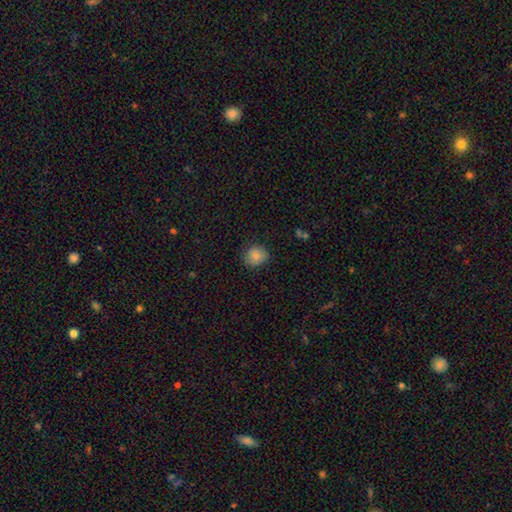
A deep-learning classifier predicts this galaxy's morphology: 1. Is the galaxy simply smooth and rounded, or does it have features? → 86% smooth, 9% star or artifact, 5% featured or disk.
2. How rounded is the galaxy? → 78% round, 21% in between, 1% cigar-shaped.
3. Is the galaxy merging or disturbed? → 81% none, 15% minor disturbance, 3% major disturbance, 1% merger.